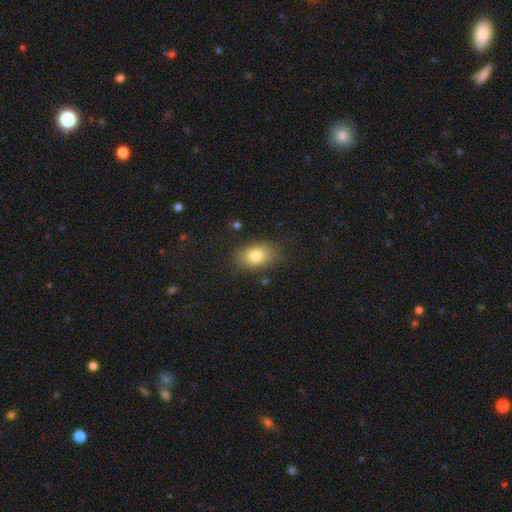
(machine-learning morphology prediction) Overall: smooth (81%). How rounded: in between (85%). Merging: none (78%).